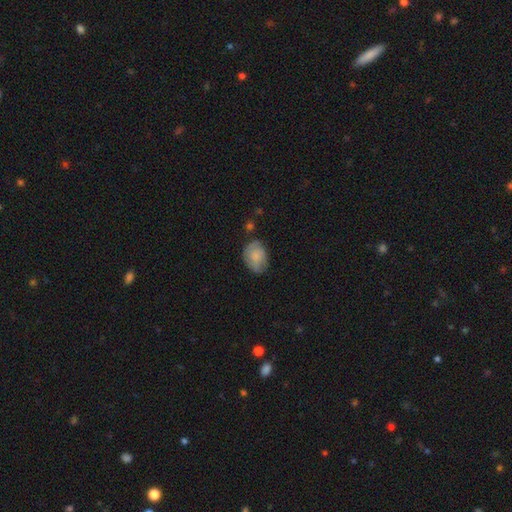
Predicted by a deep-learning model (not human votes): smooth 75%, featured or disk 18%, star or artifact 7%. Down the decision tree: how rounded — in between (73%); merging — none (62%).